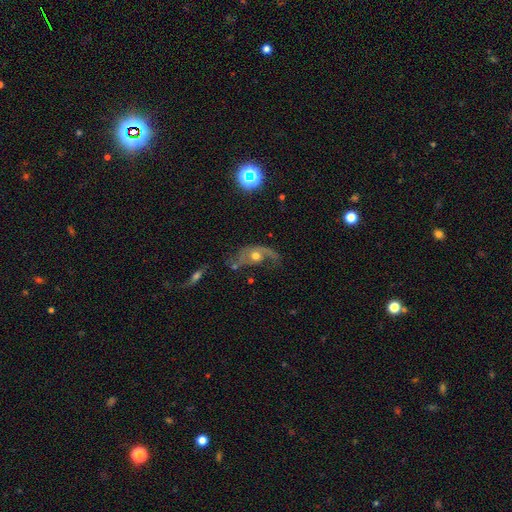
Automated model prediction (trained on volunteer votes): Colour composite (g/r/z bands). It shows a featured or disk galaxy (68%) with no bar (78%), 2 (47%) loose (61%) spiral arms (78%) and a moderate central bulge (70%). Merging: major disturbance (40%).